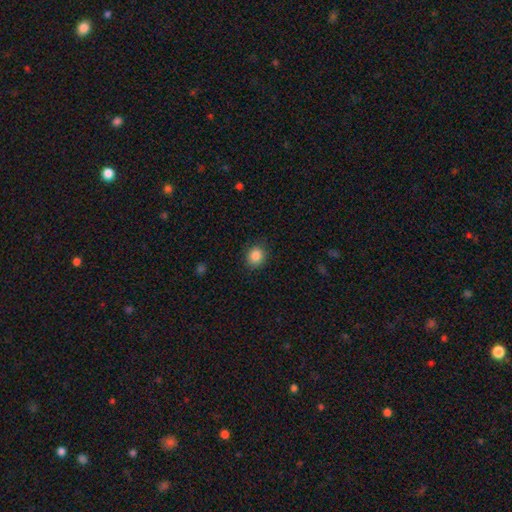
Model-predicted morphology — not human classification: Q: Smooth or featured?
A: smooth (86%); runner-up: star or artifact (10%)
Q: How rounded?
A: round (72%); runner-up: in between (27%)
Q: Merging?
A: none (88%); runner-up: minor disturbance (9%)